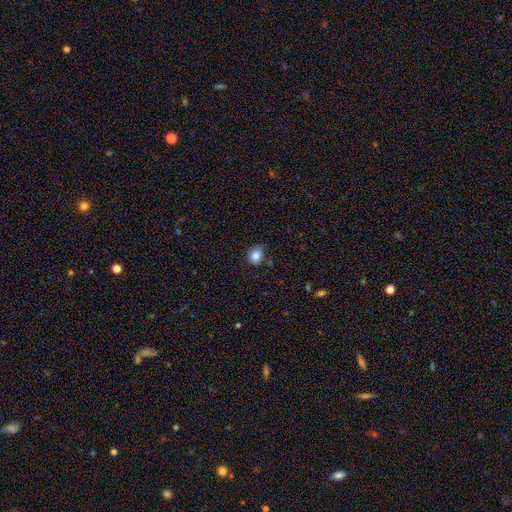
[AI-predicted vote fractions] This appears to be a smooth galaxy with no disk features (84%) that is round (66%). Merging: none (79%).